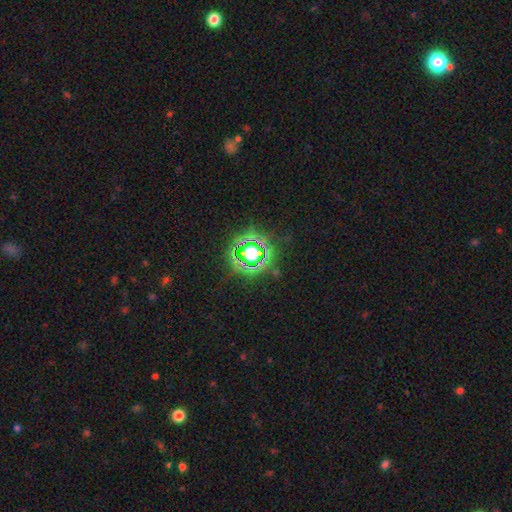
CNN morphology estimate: type=star or artifact (63%).